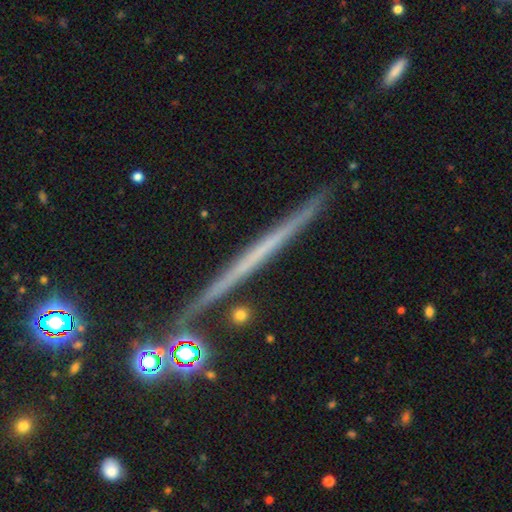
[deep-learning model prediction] Overall: featured or disk (61%; smooth 27%). Edge-on disk: yes (97%). Edge-on bulge: none (91%). Merging: none (87%).